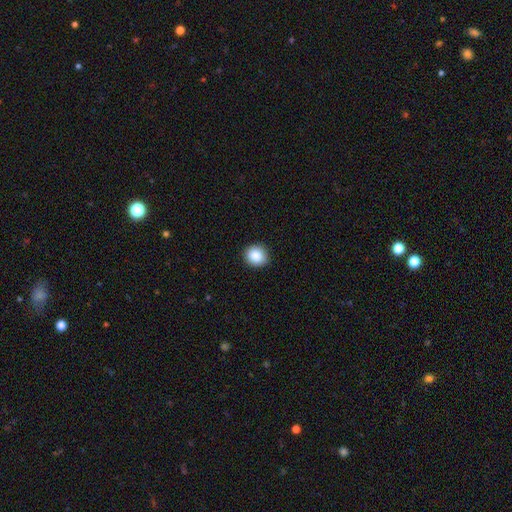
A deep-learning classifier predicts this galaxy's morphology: type=smooth (87%); roundness=round (85%); merging=none (90%).